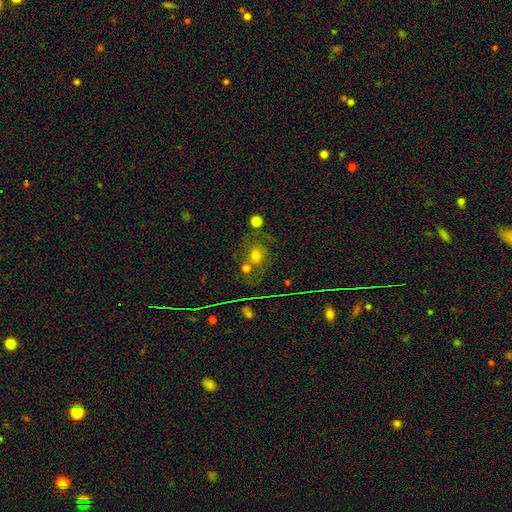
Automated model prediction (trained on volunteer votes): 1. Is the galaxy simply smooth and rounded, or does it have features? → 65% smooth, 19% star or artifact, 16% featured or disk.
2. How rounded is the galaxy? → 72% round, 26% in between, 1% cigar-shaped.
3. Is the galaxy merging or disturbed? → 52% none, 27% merger, 13% minor disturbance, 8% major disturbance.